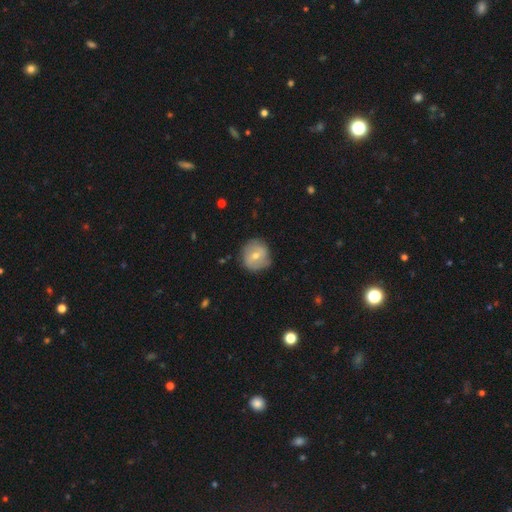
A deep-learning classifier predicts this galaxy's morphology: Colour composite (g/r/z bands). It shows a smooth galaxy with no disk features (50%). Merging: none (77%).